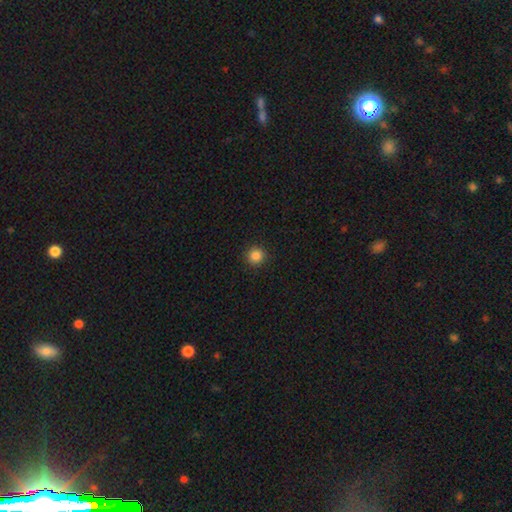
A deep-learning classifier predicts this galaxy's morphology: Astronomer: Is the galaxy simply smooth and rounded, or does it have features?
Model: smooth — 85%.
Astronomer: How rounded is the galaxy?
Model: round — 95%.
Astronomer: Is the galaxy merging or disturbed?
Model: none — 93%.